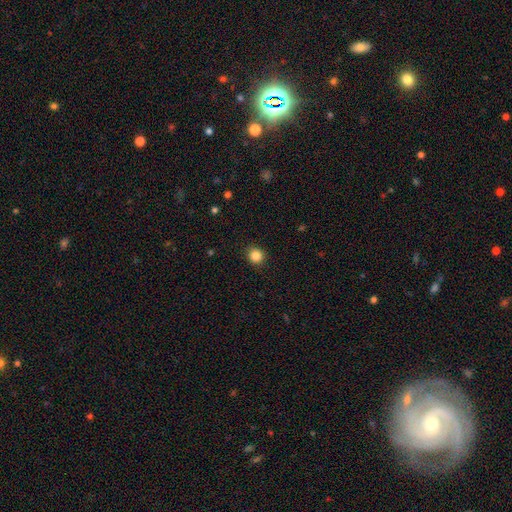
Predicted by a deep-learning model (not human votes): Overall: smooth (85%). How rounded: round (89%). Merging: none (91%).